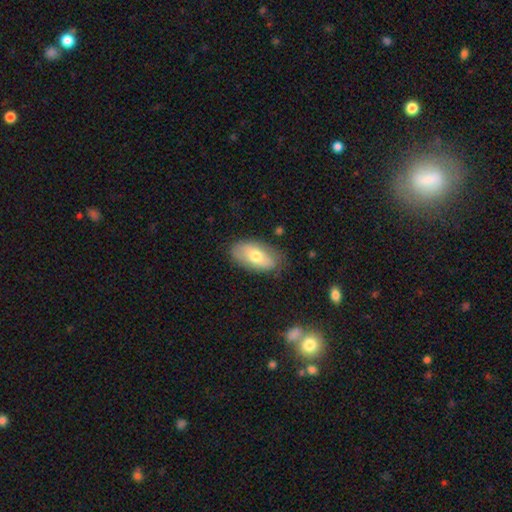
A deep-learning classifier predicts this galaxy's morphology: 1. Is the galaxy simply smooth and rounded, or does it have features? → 66% smooth, 28% featured or disk, 7% star or artifact.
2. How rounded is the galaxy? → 93% in between, 4% round, 3% cigar-shaped.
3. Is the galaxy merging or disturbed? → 74% none, 20% minor disturbance, 5% major disturbance, 2% merger.